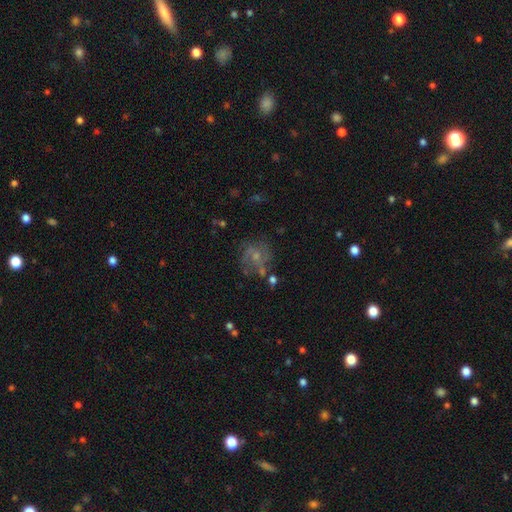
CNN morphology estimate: Smooth or featured? Predicted: featured or disk (p=0.59). Edge-on disk? Predicted: no (p=0.97). Bar? Predicted: no (p=0.71). Spiral arms? Predicted: yes (p=0.70). Bulge size? Predicted: small (p=0.53). Merging? Predicted: none (p=0.56).